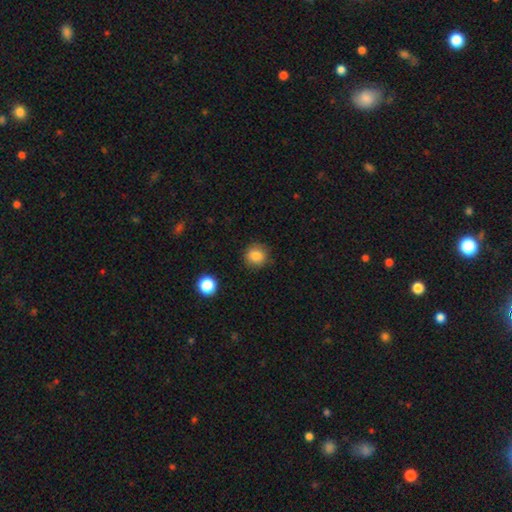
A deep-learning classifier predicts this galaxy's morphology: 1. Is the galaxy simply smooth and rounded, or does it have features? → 84% smooth, 10% star or artifact, 5% featured or disk.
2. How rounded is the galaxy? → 90% round, 9% in between, 1% cigar-shaped.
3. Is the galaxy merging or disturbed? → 86% none, 10% minor disturbance, 3% major disturbance, 1% merger.